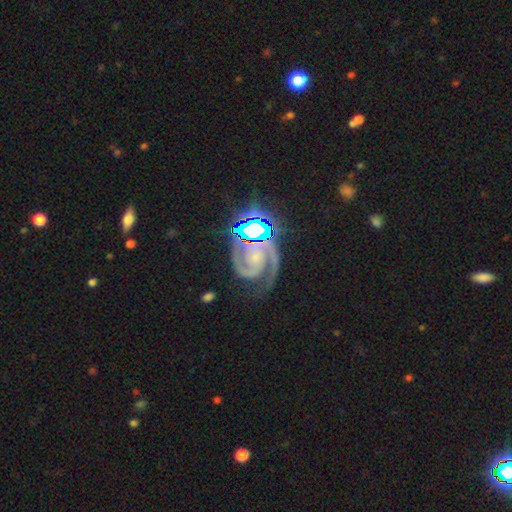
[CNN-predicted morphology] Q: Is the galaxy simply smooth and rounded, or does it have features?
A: featured or disk — 83%.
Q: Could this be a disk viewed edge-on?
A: no — 98%.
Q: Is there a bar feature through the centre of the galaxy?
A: no — 61%.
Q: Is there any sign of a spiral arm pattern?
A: yes — 98%.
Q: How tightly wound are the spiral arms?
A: tight — 47%.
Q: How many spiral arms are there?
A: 2 — 80%.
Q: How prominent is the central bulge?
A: small — 60%.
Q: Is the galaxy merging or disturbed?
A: none — 57%.